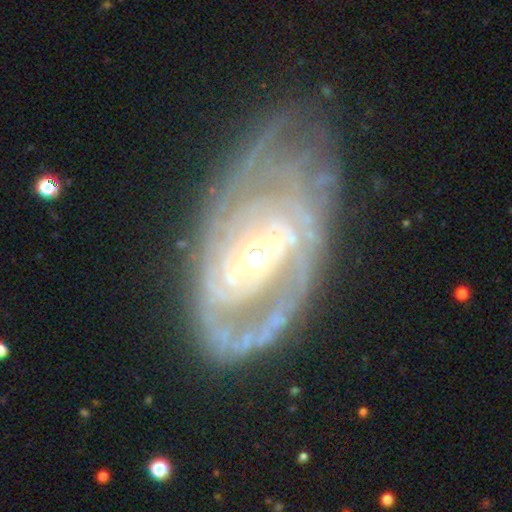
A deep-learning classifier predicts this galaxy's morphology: Smooth or featured? Predicted: featured or disk (p=0.87). Edge-on disk? Predicted: no (p=0.94). Bar? Predicted: weak (p=0.42). Spiral arms? Predicted: yes (p=0.91). Spiral winding? Predicted: tight (p=0.65). Spiral arm count? Predicted: can't tell (p=0.39). Bulge size? Predicted: moderate (p=0.53). Merging? Predicted: none (p=0.60).